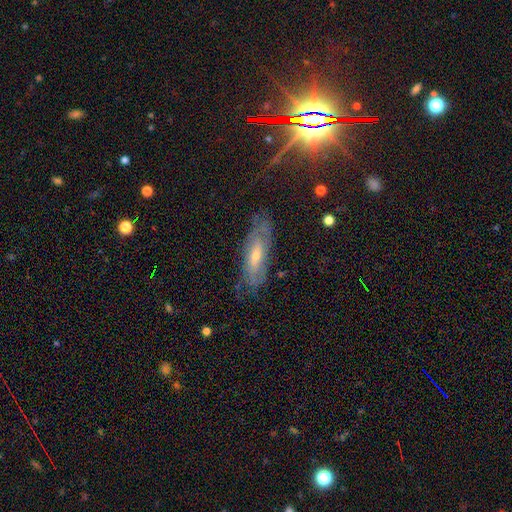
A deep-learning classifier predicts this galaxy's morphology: Q: Smooth or featured?
A: featured or disk (65%); runner-up: smooth (23%)
Q: Edge-on disk?
A: no (69%); runner-up: yes (31%)
Q: Merging?
A: none (73%); runner-up: minor disturbance (19%)